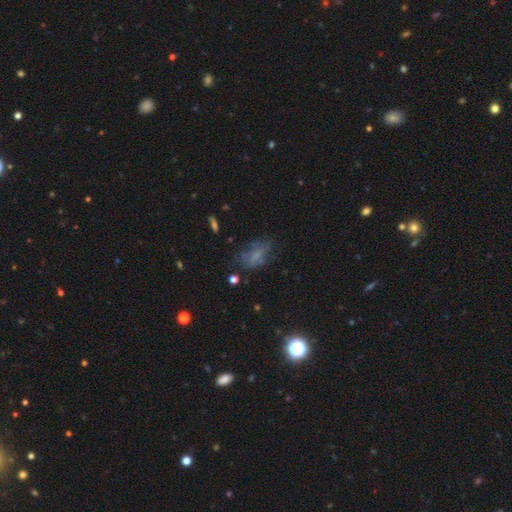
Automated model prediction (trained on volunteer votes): Morphology: type=smooth (45%); merging=none (44%).